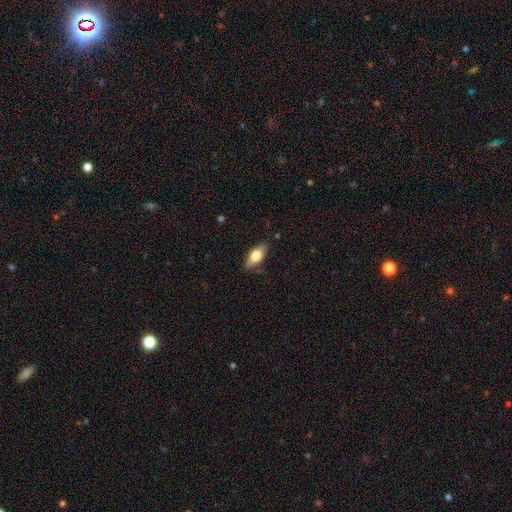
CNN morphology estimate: smooth 72%, featured or disk 22%, star or artifact 6%. Down the decision tree: how rounded — in between (82%); merging — none (82%).